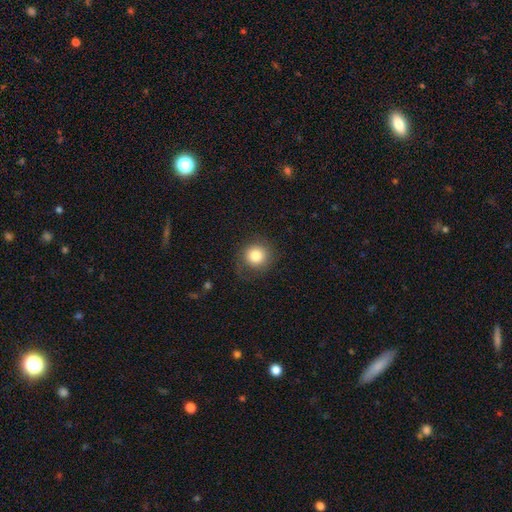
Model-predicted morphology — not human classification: smooth_or_featured: smooth (p=0.80) [alt: featured or disk p=0.10]
how_rounded: round (p=0.92) [alt: in between p=0.07]
merging: none (p=0.77) [alt: minor disturbance p=0.14]